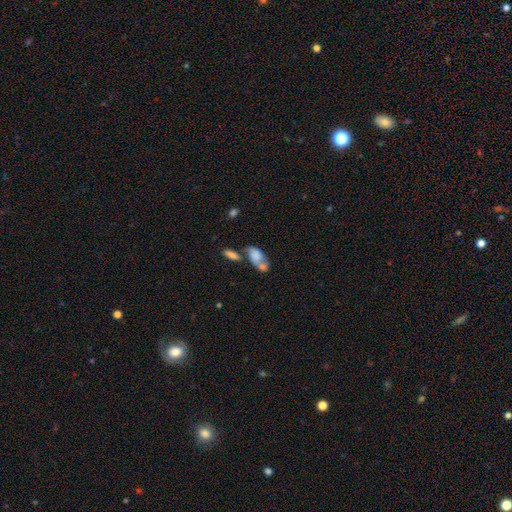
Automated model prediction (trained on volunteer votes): A smooth galaxy with no disk features (65%) that is in between round and cigar-shaped (86%). Merging: merger (54%).